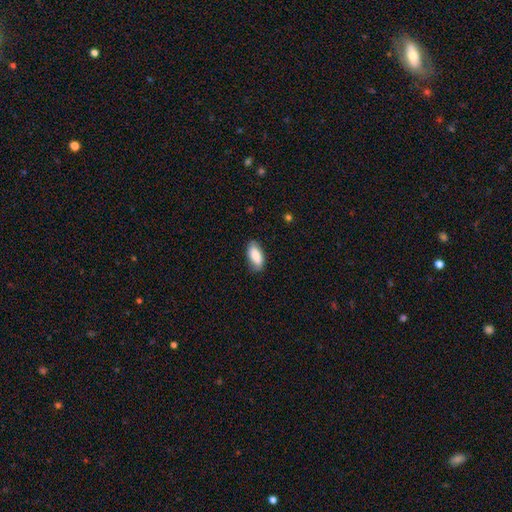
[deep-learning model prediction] Smooth or featured?
  - smooth: 84% *
  - featured or disk: 10%
  - star or artifact: 6%
How rounded?
  - in between: 89% *
  - cigar-shaped: 9%
  - round: 2%
Merging?
  - none: 80% *
  - minor disturbance: 16%
  - major disturbance: 3%
  - merger: 1%